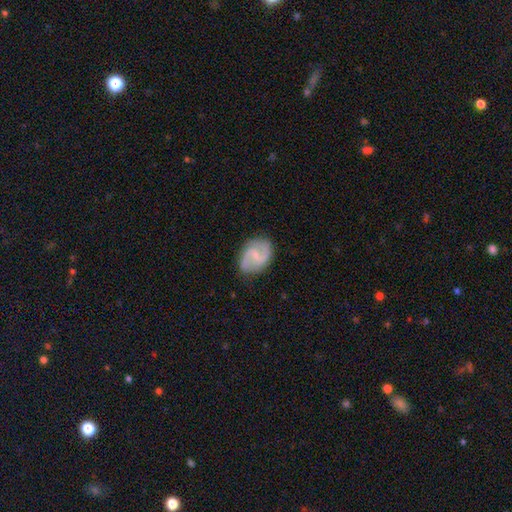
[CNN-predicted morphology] Smooth or featured? Predicted: featured or disk (p=0.81). Edge-on disk? Predicted: no (p=0.98). Bar? Predicted: weak (p=0.57). Spiral arms? Predicted: yes (p=0.95). Spiral winding? Predicted: medium (p=0.48). Spiral arm count? Predicted: 2 (p=0.92). Bulge size? Predicted: small (p=0.58). Merging? Predicted: none (p=0.81).